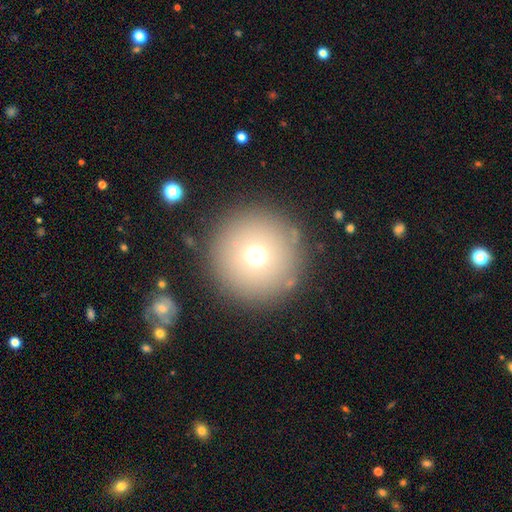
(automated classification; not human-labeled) Overall: smooth (70%). How rounded: round (97%). Merging: none (87%).